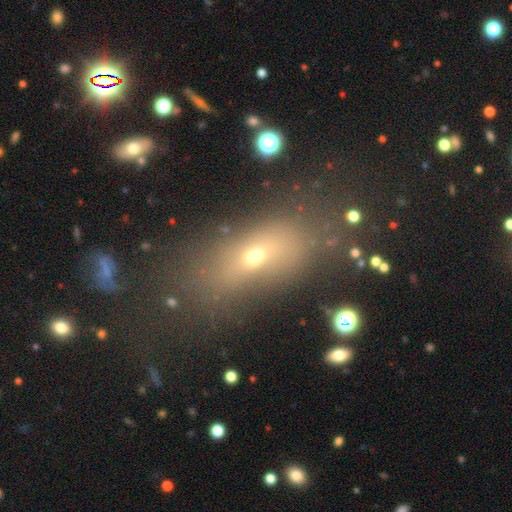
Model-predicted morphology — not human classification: Smooth or featured? Predicted: smooth (p=0.59). How rounded? Predicted: in between (p=0.70). Merging? Predicted: none (p=0.66).